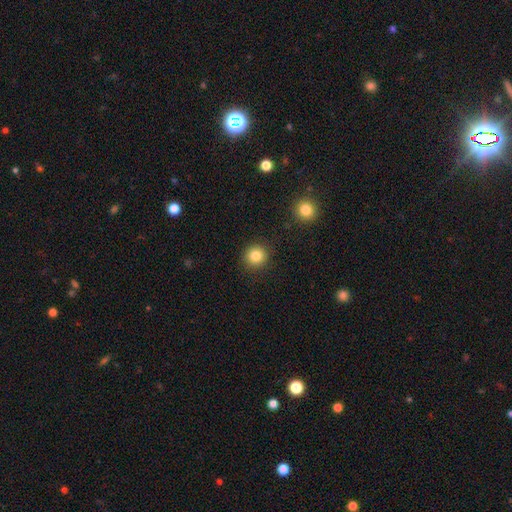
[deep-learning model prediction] This appears to be a smooth galaxy with no disk features (83%) that is round (92%). Merging: none (90%).